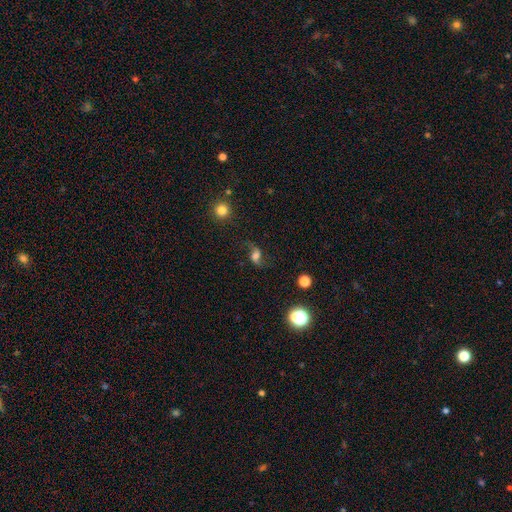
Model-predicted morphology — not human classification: This appears to be a featured or disk galaxy (61%) with no bar (51%), 2 (92%) loose (89%) spiral arms (91%) and a large central bulge (35%). Merging: none (68%).